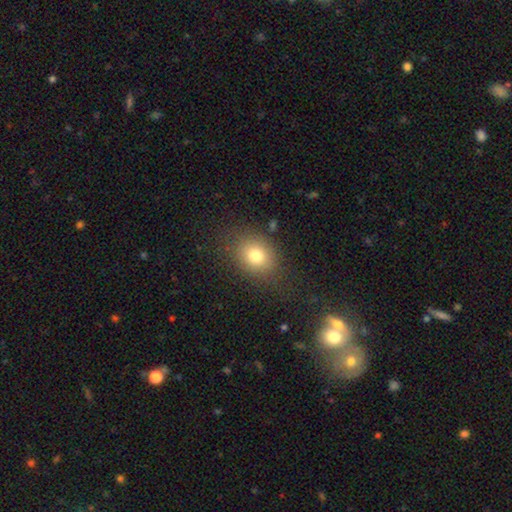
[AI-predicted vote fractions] This is likely a smooth galaxy (78%). How rounded: possibly round (54%). Merging: likely none (80%).